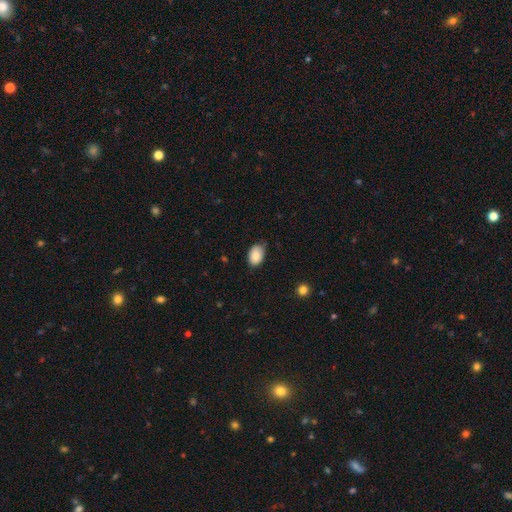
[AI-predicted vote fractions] Overall: smooth (87%). How rounded: in between (88%). Merging: none (68%).